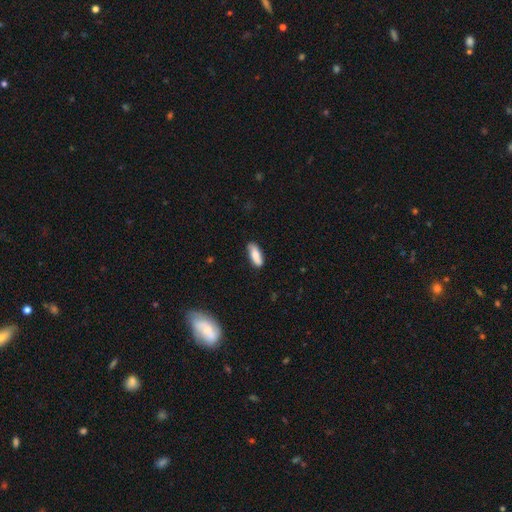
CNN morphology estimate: Smooth or featured?
  - smooth: 81% *
  - featured or disk: 13%
  - star or artifact: 7%
How rounded?
  - in between: 69% *
  - cigar-shaped: 29%
  - round: 2%
Merging?
  - none: 79% *
  - minor disturbance: 17%
  - major disturbance: 3%
  - merger: 2%